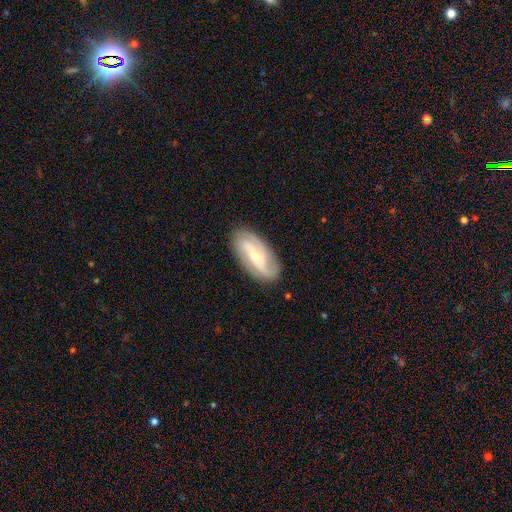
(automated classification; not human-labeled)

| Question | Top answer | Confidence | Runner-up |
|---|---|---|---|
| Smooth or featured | featured or disk | 77% | smooth (17%) |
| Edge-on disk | no | 93% | yes (7%) |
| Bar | weak | 37% | tied: no (37%) |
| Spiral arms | yes | 94% | no (6%) |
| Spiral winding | medium | 41% | tight (34%) |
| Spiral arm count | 2 | 57% | 3 (18%) |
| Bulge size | small | 64% | moderate (31%) |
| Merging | none | 84% | minor disturbance (12%) |